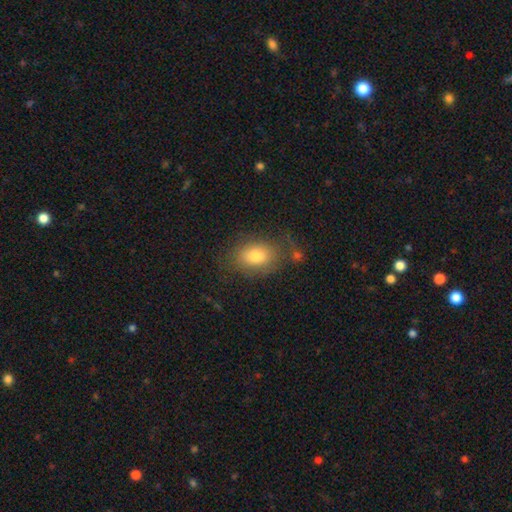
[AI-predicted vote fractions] This appears to be a smooth galaxy with no disk features (77%) that is in between round and cigar-shaped (76%). Merging: none (69%).